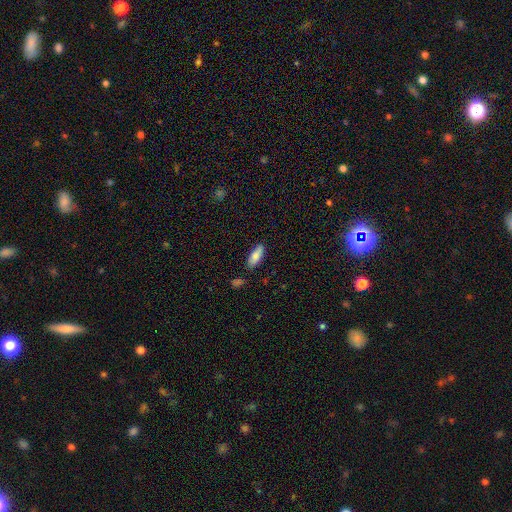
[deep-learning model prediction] A smooth galaxy with no disk features (82%) that is in between round and cigar-shaped (72%).

Vote fractions:
- Smooth or featured? smooth: 82% / featured or disk: 12% / star or artifact: 6%
- How rounded? in between: 72% / cigar-shaped: 26% / round: 2%
- Merging? none: 84% / minor disturbance: 11% / merger: 3% / major disturbance: 2%